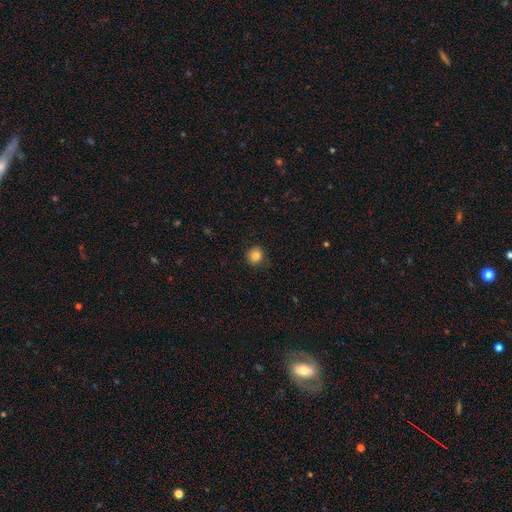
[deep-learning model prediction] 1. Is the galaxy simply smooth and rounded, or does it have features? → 84% smooth, 11% star or artifact, 5% featured or disk.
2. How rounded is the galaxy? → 83% round, 16% in between, 1% cigar-shaped.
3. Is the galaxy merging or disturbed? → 82% none, 14% minor disturbance, 3% major disturbance, 1% merger.